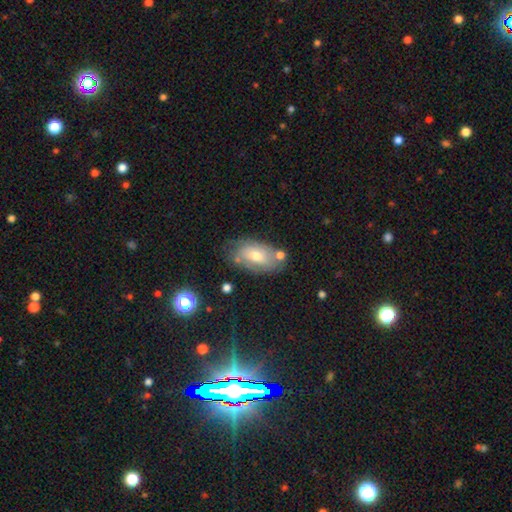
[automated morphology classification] Smooth or featured?
  - smooth: 55% *
  - featured or disk: 36%
  - star or artifact: 9%
How rounded?
  - in between: 90% *
  - round: 7%
  - cigar-shaped: 3%
Merging?
  - none: 63% *
  - minor disturbance: 21%
  - merger: 9%
  - major disturbance: 6%